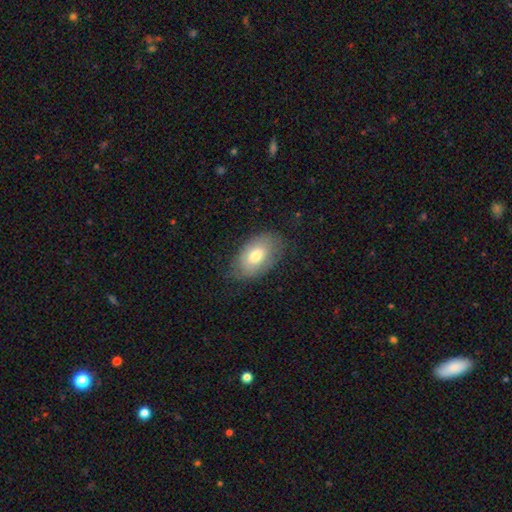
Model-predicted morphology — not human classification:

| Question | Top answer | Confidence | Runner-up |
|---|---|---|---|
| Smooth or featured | smooth | 66% | featured or disk (27%) |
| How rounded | in between | 93% | round (6%) |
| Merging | none | 72% | minor disturbance (22%) |